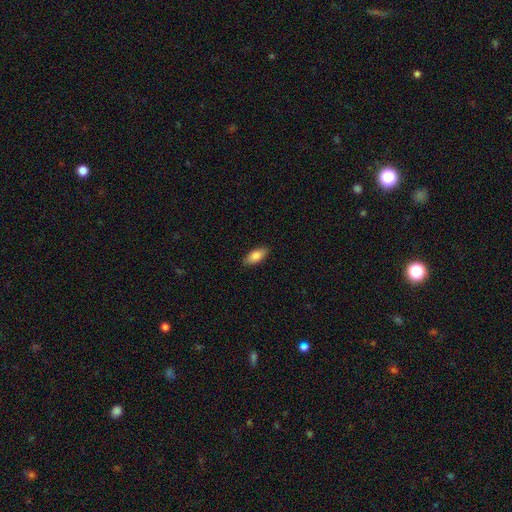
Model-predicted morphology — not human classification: The model was most divided on "how rounded": in between: 87%, cigar-shaped: 11%, round: 2%. More confident: merging — none (88%); smooth or featured — smooth (86%).